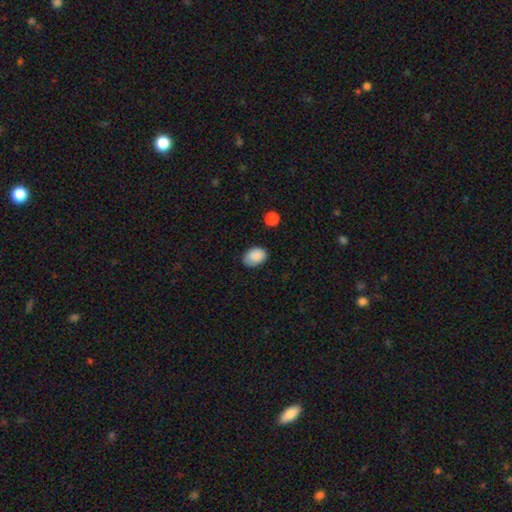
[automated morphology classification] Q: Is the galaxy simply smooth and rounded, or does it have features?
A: smooth — 88%.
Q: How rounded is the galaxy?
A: in between — 79%.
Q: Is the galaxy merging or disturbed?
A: none — 78%.